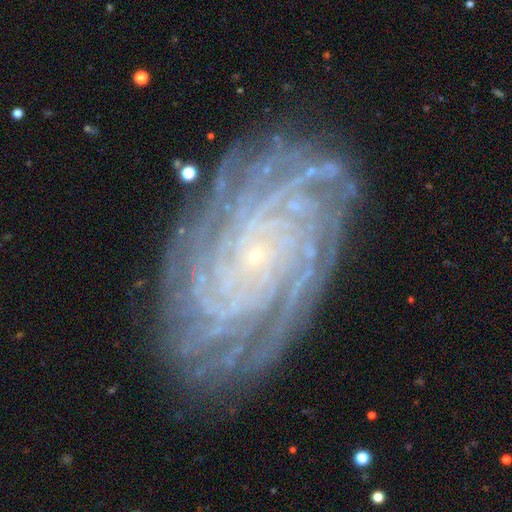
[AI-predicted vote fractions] Smooth or featured: featured or disk — 88% (star or artifact — 7%)
Edge-on disk: no — 97% (yes — 3%)
Bar: no — 78% (weak — 14%)
Spiral arms: yes — 98% (no — 2%)
Spiral winding: tight — 86% (medium — 11%)
Spiral arm count: more than 4 — 42% (4 — 17%)
Bulge size: small — 90% (moderate — 6%)
Merging: none — 84% (minor disturbance — 12%)